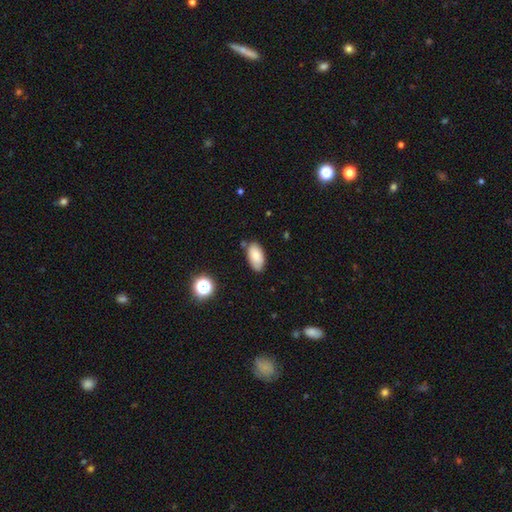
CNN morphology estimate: A smooth galaxy with no disk features (82%) that is in between round and cigar-shaped (94%). Merging: none (77%).